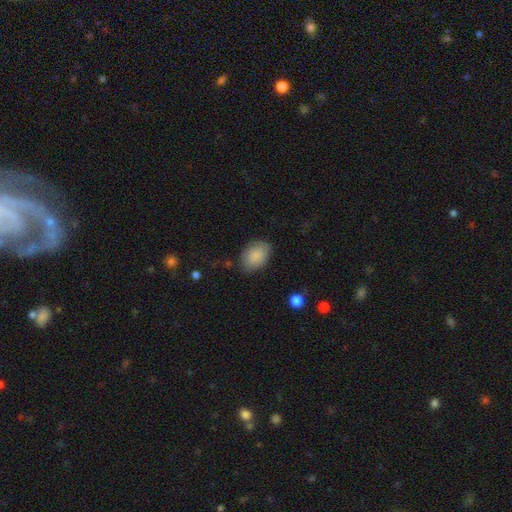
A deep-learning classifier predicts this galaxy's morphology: Overall: smooth (87%). How rounded: in between (84%). Merging: none (79%).